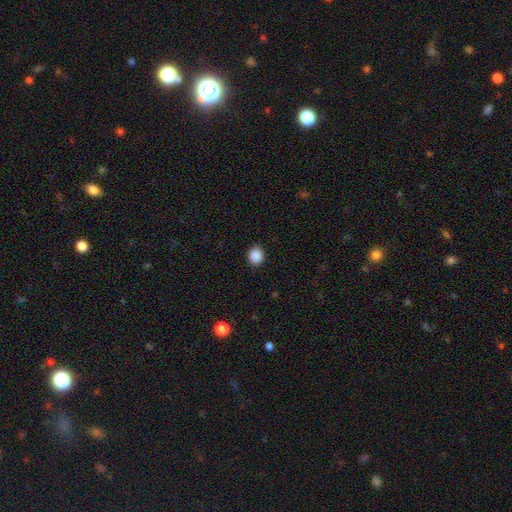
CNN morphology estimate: Smooth or featured? smooth (89%)
How rounded? round (72%)
Merging? none (89%)